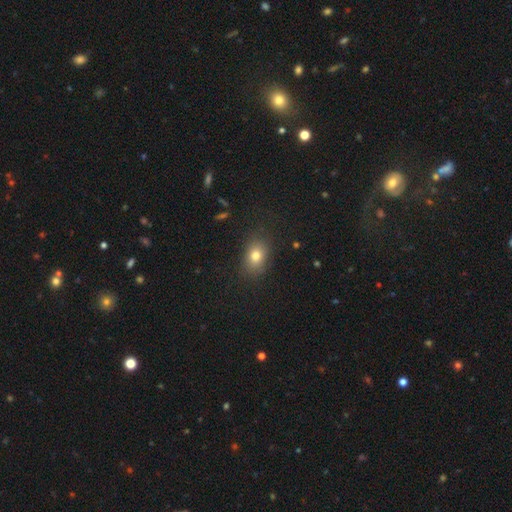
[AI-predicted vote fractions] Q: Smooth or featured?
A: smooth (78%); runner-up: star or artifact (12%)
Q: How rounded?
A: in between (68%); runner-up: round (30%)
Q: Merging?
A: none (83%); runner-up: minor disturbance (12%)